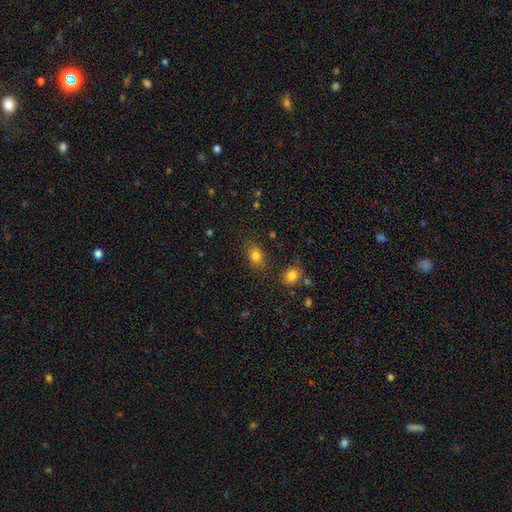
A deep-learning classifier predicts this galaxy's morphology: Smooth or featured? smooth (82%)
How rounded? in between (69%)
Merging? none (81%)